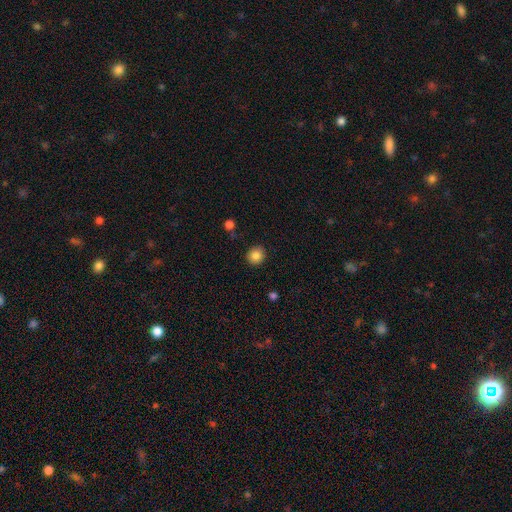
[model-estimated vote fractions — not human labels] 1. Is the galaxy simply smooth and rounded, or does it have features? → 85% smooth, 10% star or artifact, 5% featured or disk.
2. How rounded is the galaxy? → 87% round, 12% in between, 1% cigar-shaped.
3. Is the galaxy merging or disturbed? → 89% none, 7% minor disturbance, 2% major disturbance, 1% merger.